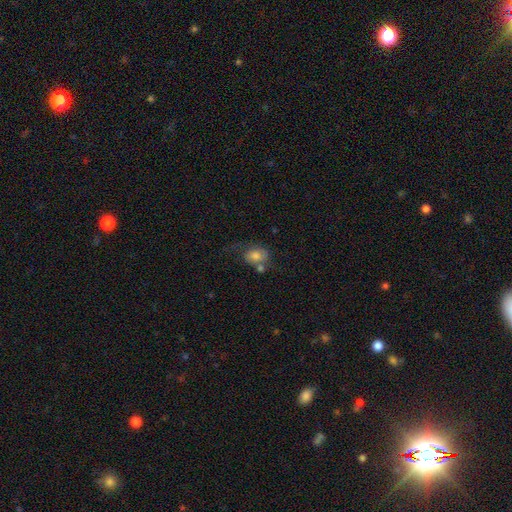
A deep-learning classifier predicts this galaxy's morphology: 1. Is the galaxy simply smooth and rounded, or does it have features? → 69% smooth, 21% featured or disk, 9% star or artifact.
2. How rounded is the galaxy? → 62% in between, 37% round, 1% cigar-shaped.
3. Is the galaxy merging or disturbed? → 39% none, 23% minor disturbance, 20% merger, 18% major disturbance.